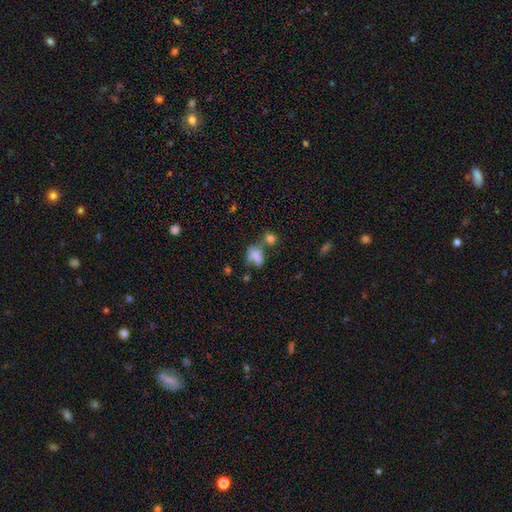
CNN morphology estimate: This is likely a smooth galaxy (67%). How rounded: likely in between (75%). Merging: marginally merger (32%).